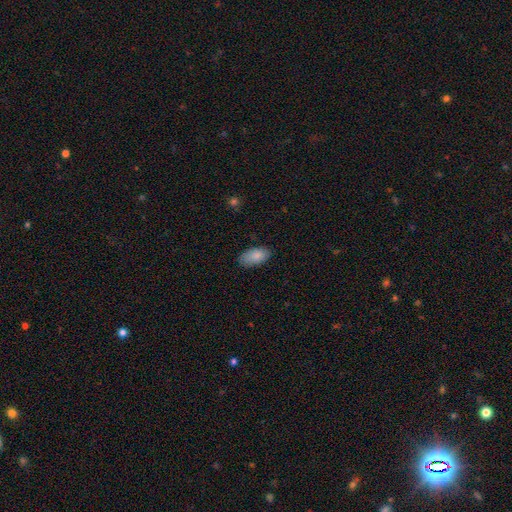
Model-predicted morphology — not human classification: The model was most divided on "merging": none: 83%, minor disturbance: 13%, major disturbance: 3%, merger: 1%. More confident: how rounded — in between (94%); smooth or featured — smooth (87%).